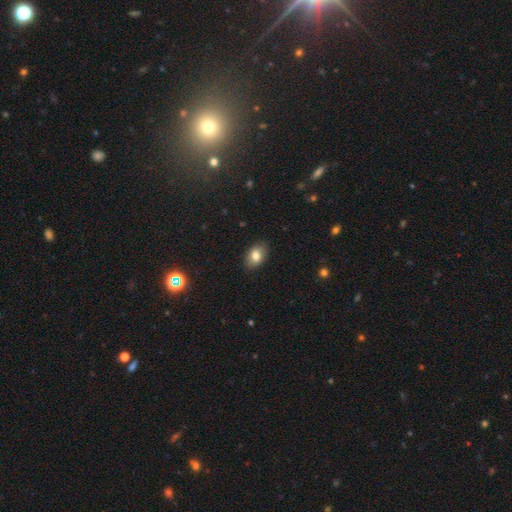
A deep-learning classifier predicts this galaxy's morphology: Q: Smooth or featured?
A: smooth (80%); runner-up: featured or disk (10%)
Q: How rounded?
A: in between (85%); runner-up: round (14%)
Q: Merging?
A: none (86%); runner-up: minor disturbance (10%)